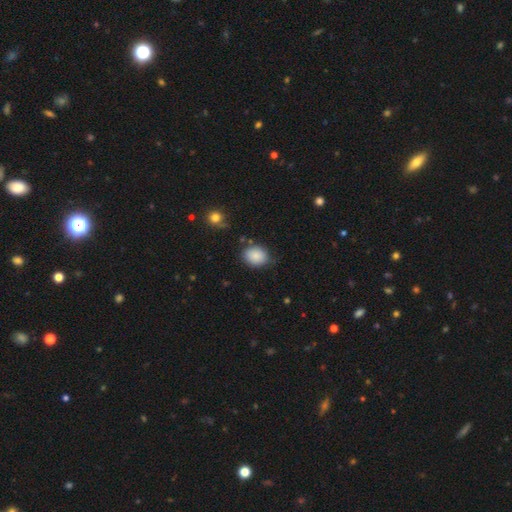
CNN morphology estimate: Smooth or featured?
  - smooth: 87% *
  - star or artifact: 8%
  - featured or disk: 5%
How rounded?
  - in between: 50% *
  - round: 49%
  - cigar-shaped: 1%
Merging?
  - none: 77% *
  - minor disturbance: 17%
  - major disturbance: 4%
  - merger: 3%